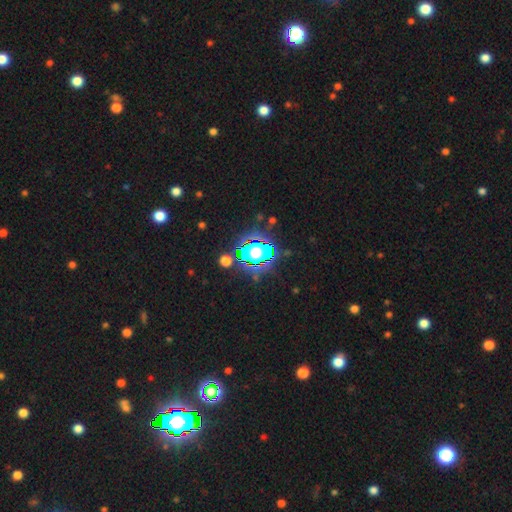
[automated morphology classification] Q: Smooth or featured?
A: star or artifact (82%); runner-up: smooth (10%)